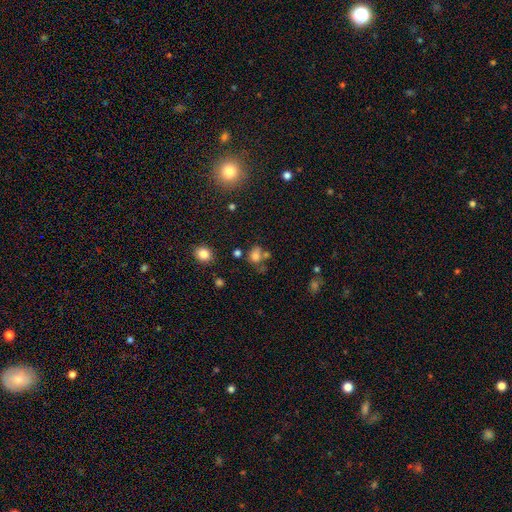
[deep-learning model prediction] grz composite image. It shows a smooth galaxy with no disk features (72%) that is round (55%). Merging: none (47%).